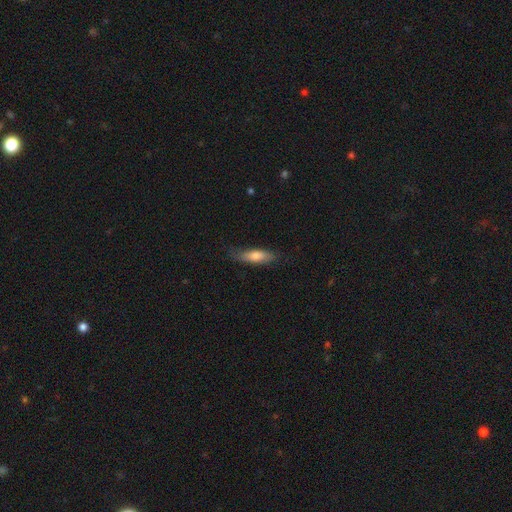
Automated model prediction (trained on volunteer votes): Smooth or featured? Predicted: smooth (p=0.72). How rounded? Predicted: cigar-shaped (p=0.57). Merging? Predicted: none (p=0.76).